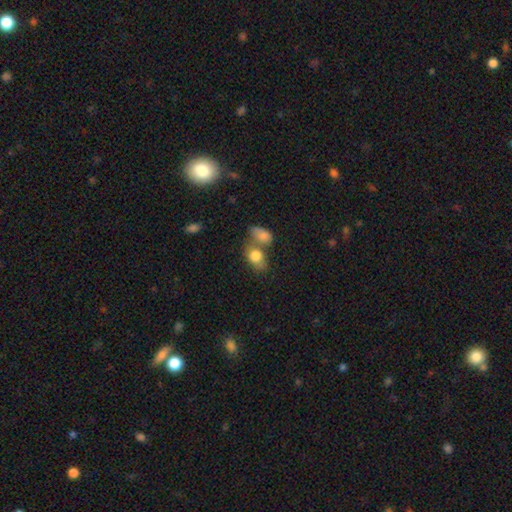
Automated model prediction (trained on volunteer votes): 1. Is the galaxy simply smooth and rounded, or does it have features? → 79% smooth, 13% featured or disk, 8% star or artifact.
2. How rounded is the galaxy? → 70% in between, 28% round, 2% cigar-shaped.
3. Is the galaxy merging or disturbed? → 48% merger, 32% none, 13% minor disturbance, 7% major disturbance.